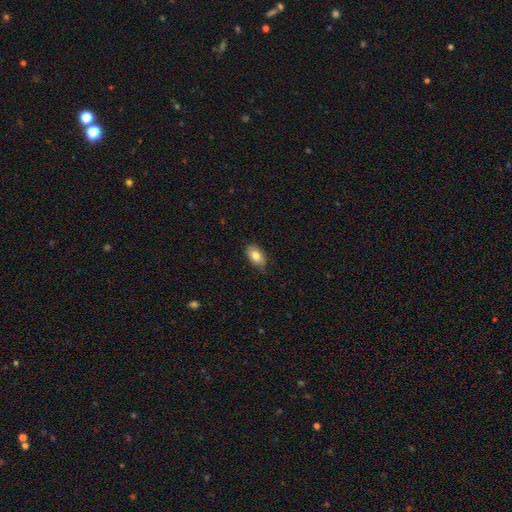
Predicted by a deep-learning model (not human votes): Smooth or featured? Predicted: smooth (p=0.81). How rounded? Predicted: in between (p=0.91). Merging? Predicted: none (p=0.74).